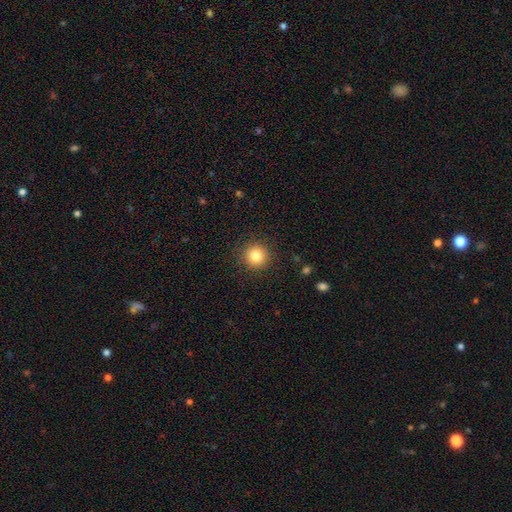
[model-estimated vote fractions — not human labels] This appears to be a smooth galaxy with no disk features (84%) that is round (94%). Merging: none (90%).